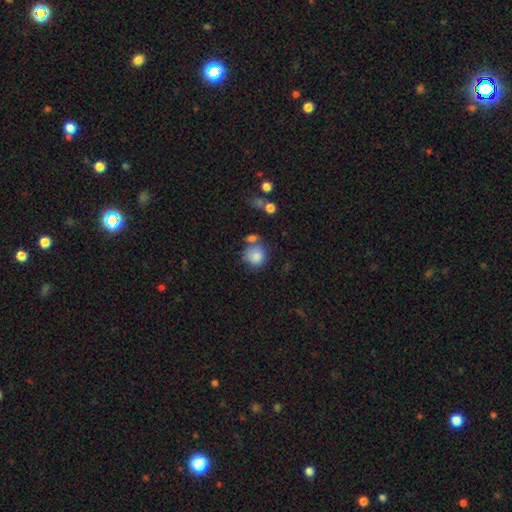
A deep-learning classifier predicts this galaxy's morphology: This appears to be a smooth galaxy with no disk features (82%) that is round (82%). Merging: none (50%).